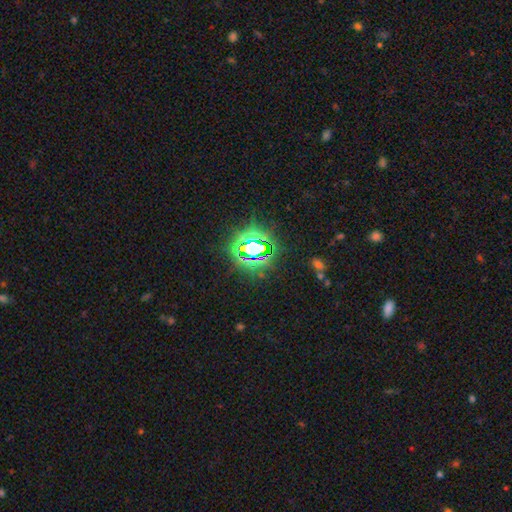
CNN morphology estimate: A star or artifact, not a galaxy (81%).

Vote fractions:
- Smooth or featured? star or artifact: 81% / smooth: 12% / featured or disk: 7%